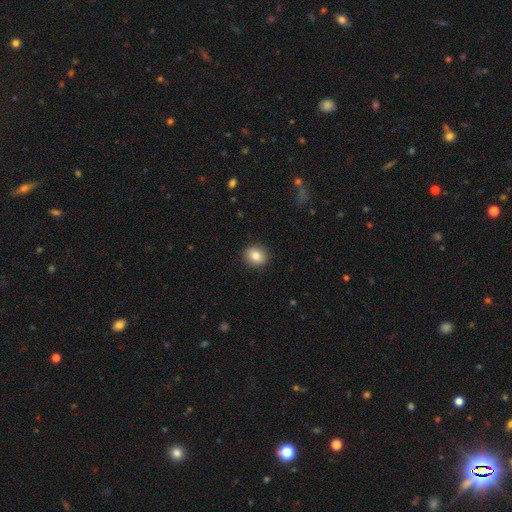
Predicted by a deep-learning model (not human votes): smooth-or-featured: smooth: 84% | star or artifact: 9% | featured or disk: 8%
  how-rounded: round: 63% | in between: 35% | cigar-shaped: 1%
  merging: none: 90% | minor disturbance: 7% | major disturbance: 2% | merger: 1%